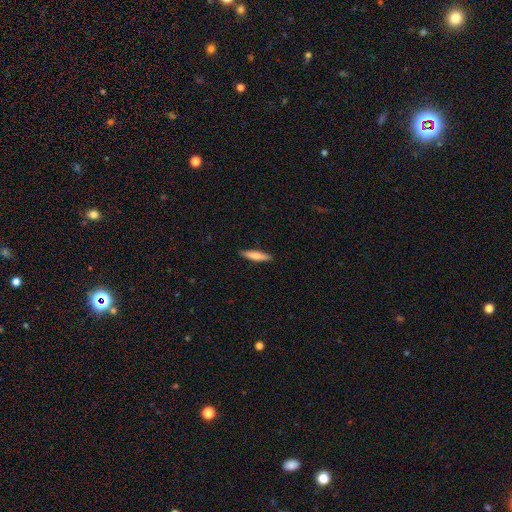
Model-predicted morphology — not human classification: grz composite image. It shows a smooth galaxy with no disk features (74%) that is cigar-shaped (86%). Merging: none (90%).